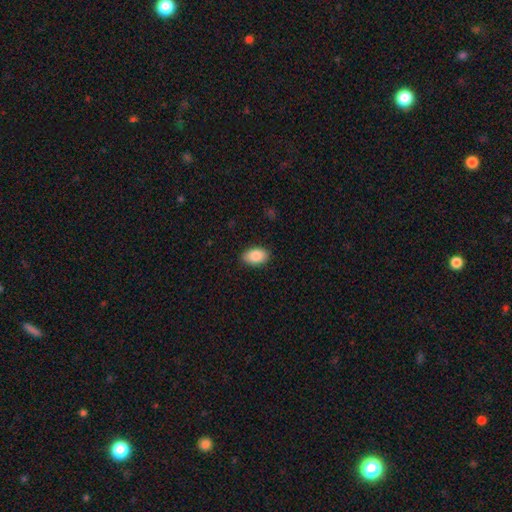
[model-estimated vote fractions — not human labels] This appears to be a smooth galaxy with no disk features (88%) that is in between round and cigar-shaped (91%). Merging: none (86%).